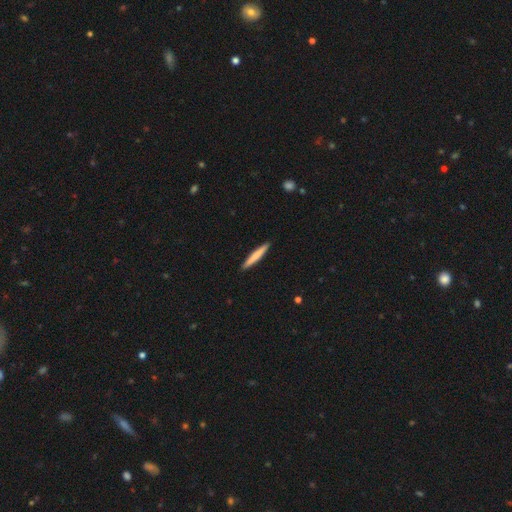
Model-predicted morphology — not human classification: A smooth galaxy with no disk features (72%) that is cigar-shaped (95%). Merging: none (92%).